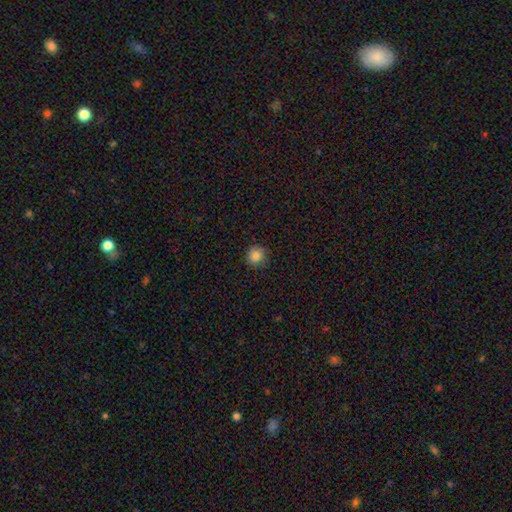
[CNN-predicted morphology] Smooth or featured: smooth — 84% (star or artifact — 11%)
How rounded: round — 94% (in between — 5%)
Merging: none — 91% (minor disturbance — 6%)